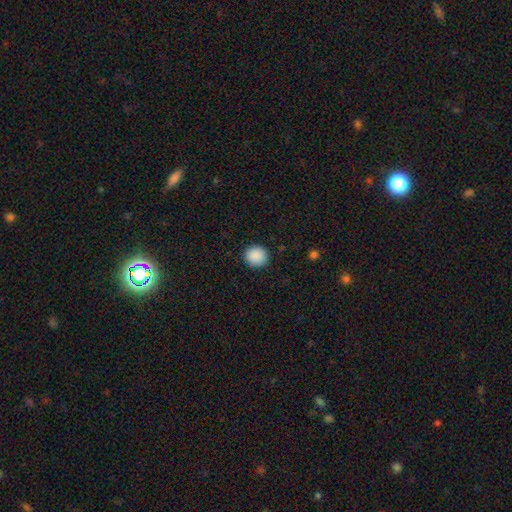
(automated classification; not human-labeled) Smooth or featured?
  - smooth: 90% *
  - star or artifact: 8%
  - featured or disk: 2%
How rounded?
  - round: 88% *
  - in between: 11%
  - cigar-shaped: 1%
Merging?
  - none: 91% *
  - minor disturbance: 6%
  - major disturbance: 2%
  - merger: 1%